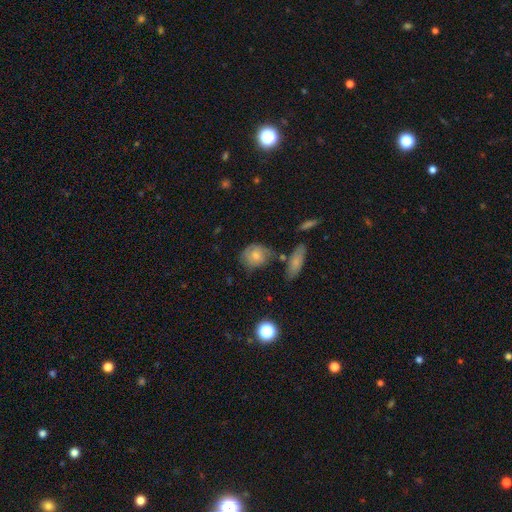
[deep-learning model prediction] smooth-or-featured: smooth: 70% | featured or disk: 21% | star or artifact: 9%
  how-rounded: round: 56% | in between: 42% | cigar-shaped: 2%
  merging: none: 53% | minor disturbance: 28% | major disturbance: 11% | merger: 8%